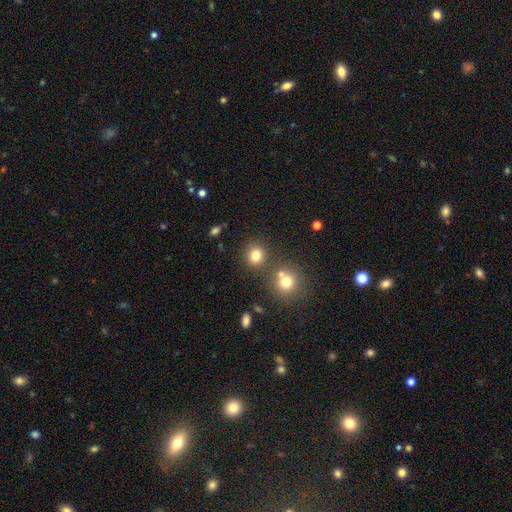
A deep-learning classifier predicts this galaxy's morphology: This appears to be a smooth galaxy with no disk features (78%) that is round (82%). Merging: none (77%).